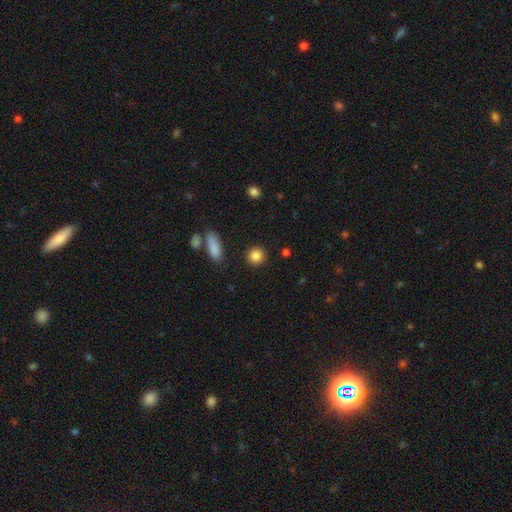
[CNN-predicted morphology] A smooth galaxy with no disk features (86%) that is round (88%).

Vote fractions:
- Smooth or featured? smooth: 86% / star or artifact: 9% / featured or disk: 5%
- How rounded? round: 88% / in between: 10% / cigar-shaped: 2%
- Merging? none: 89% / minor disturbance: 6% / major disturbance: 2% / merger: 2%